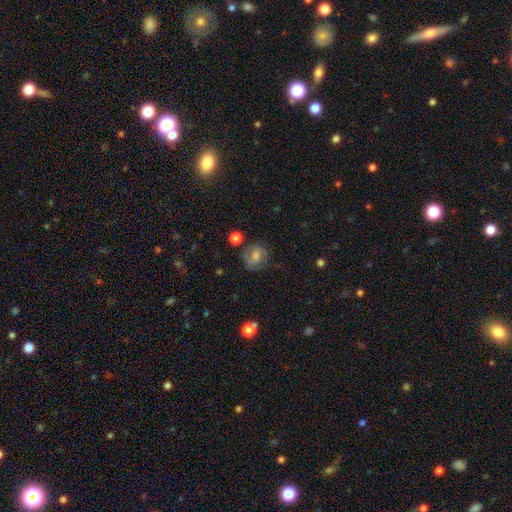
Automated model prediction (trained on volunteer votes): Overall: smooth (50%; featured or disk 31%). How rounded: round (68%; in between 31%). Merging: none (68%).